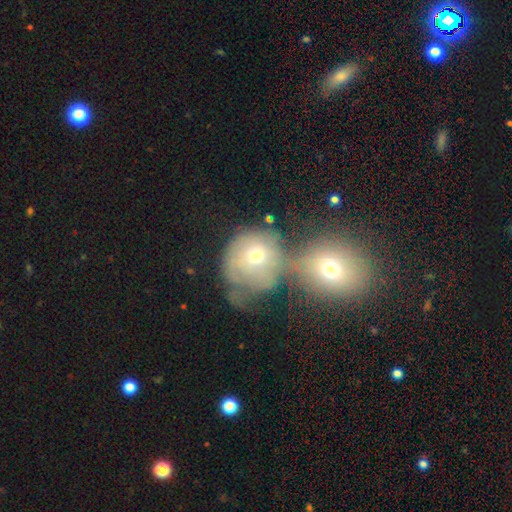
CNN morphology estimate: The model was most divided on "smooth or featured": smooth: 57%, featured or disk: 29%, star or artifact: 13%. More confident: how rounded — round (81%); merging — merger (57%).